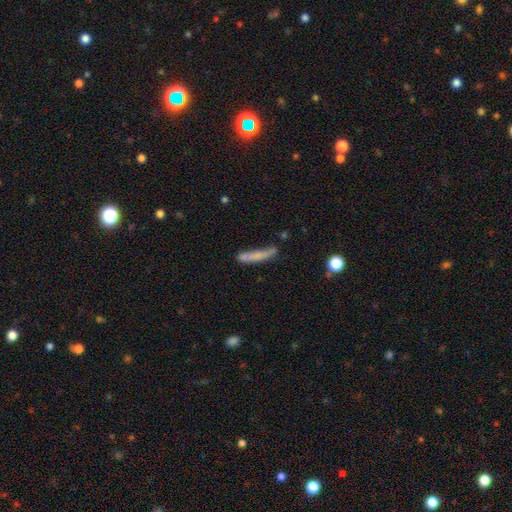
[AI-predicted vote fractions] smooth-or-featured: smooth: 66% | featured or disk: 26% | star or artifact: 8%
  how-rounded: cigar-shaped: 92% | in between: 6% | round: 2%
  merging: none: 60% | minor disturbance: 23% | major disturbance: 9% | merger: 8%